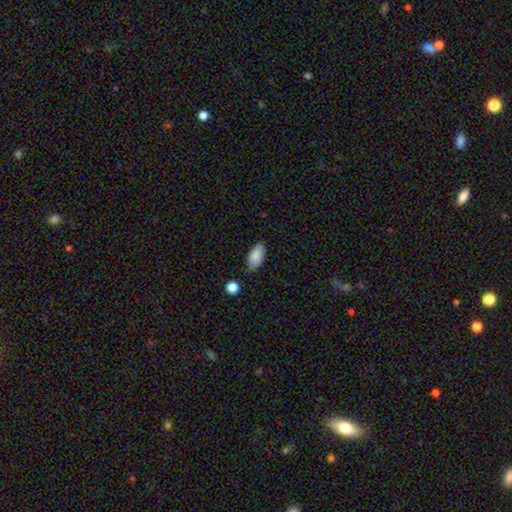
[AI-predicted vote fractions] Smooth or featured?
  - smooth: 87% *
  - star or artifact: 7%
  - featured or disk: 6%
How rounded?
  - in between: 92% *
  - cigar-shaped: 5%
  - round: 3%
Merging?
  - none: 75% *
  - minor disturbance: 19%
  - major disturbance: 4%
  - merger: 3%